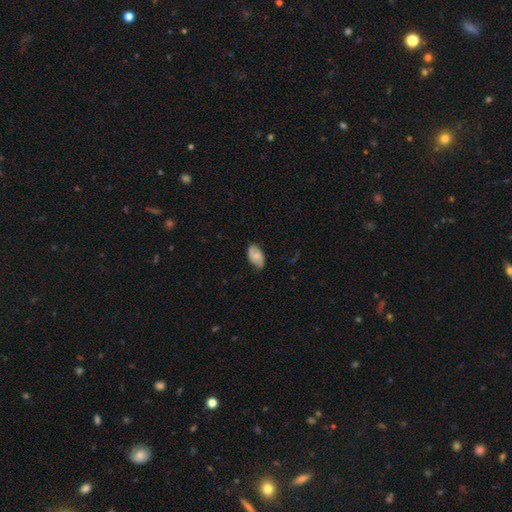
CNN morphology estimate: Smooth or featured? Predicted: smooth (p=0.57). How rounded? Predicted: in between (p=0.93). Merging? Predicted: none (p=0.69).